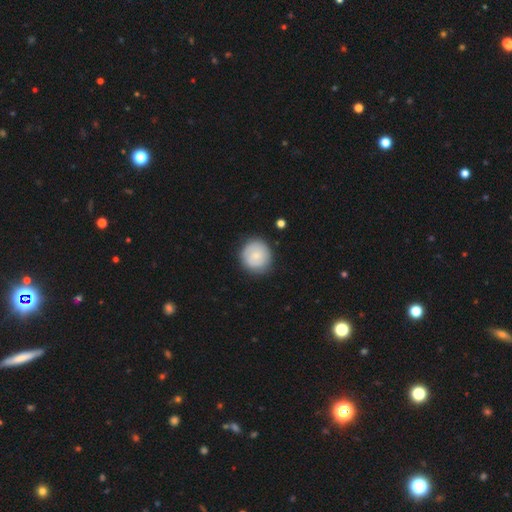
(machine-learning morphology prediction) A smooth galaxy with no disk features (70%) that is round (92%). Merging: none (84%).